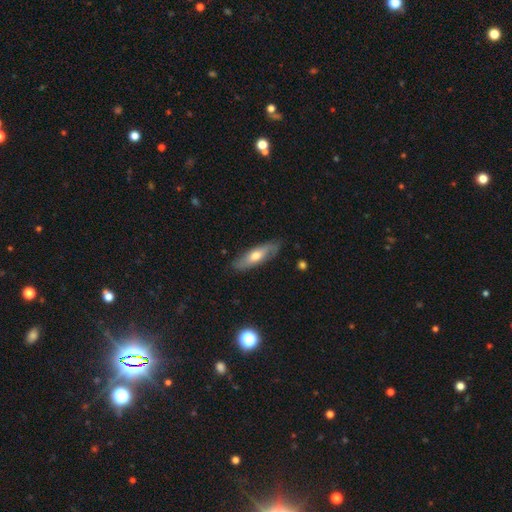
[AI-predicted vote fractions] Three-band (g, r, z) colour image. It shows a smooth galaxy with no disk features (53%) that is cigar-shaped (54%). Merging: none (82%).